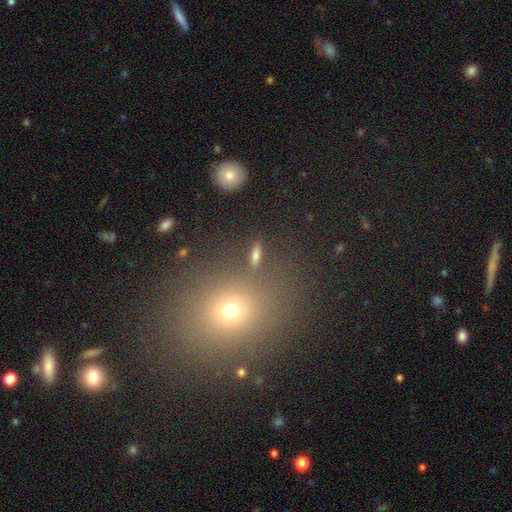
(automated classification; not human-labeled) Morphology: type=smooth (56%); roundness=in between (51%); merging=none (79%).